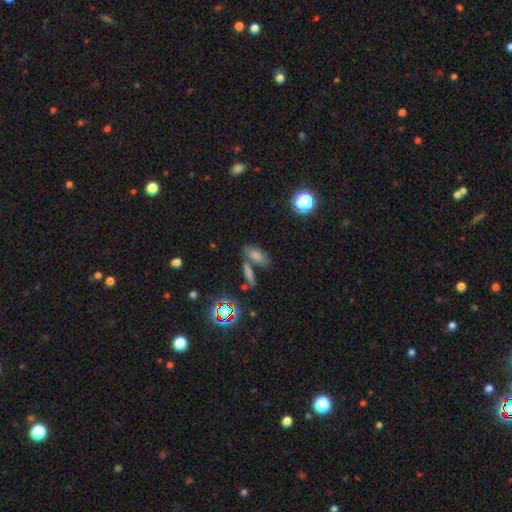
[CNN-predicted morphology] type=smooth (42%); merging=none (60%).